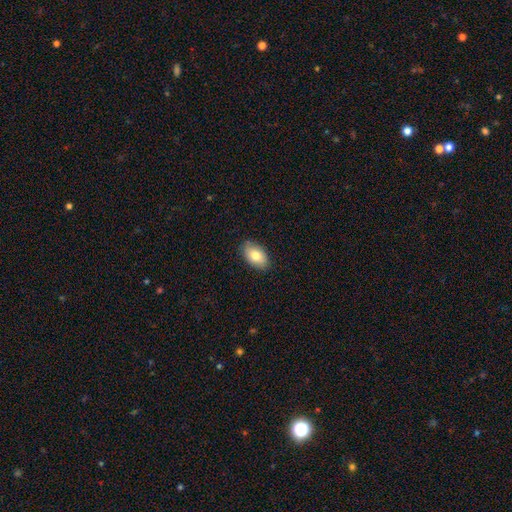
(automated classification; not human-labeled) Smooth or featured?
  - smooth: 79% *
  - featured or disk: 14%
  - star or artifact: 7%
How rounded?
  - in between: 92% *
  - round: 7%
  - cigar-shaped: 1%
Merging?
  - none: 86% *
  - minor disturbance: 11%
  - major disturbance: 2%
  - merger: 1%